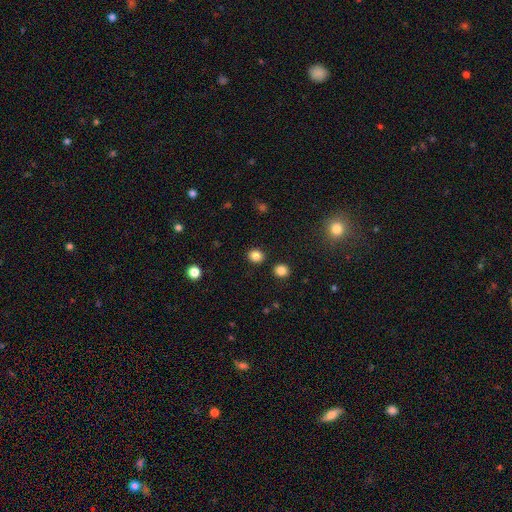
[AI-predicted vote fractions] Smooth or featured?
  - smooth: 84% *
  - star or artifact: 12%
  - featured or disk: 4%
How rounded?
  - round: 76% *
  - in between: 23%
  - cigar-shaped: 1%
Merging?
  - none: 88% *
  - minor disturbance: 6%
  - merger: 4%
  - major disturbance: 2%